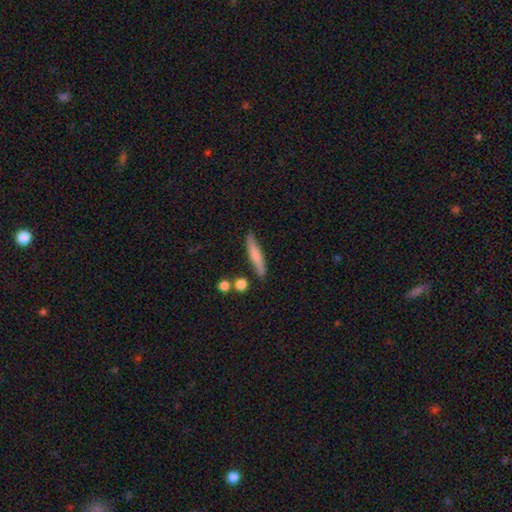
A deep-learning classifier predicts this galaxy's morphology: A smooth galaxy with no disk features (69%) that is cigar-shaped (89%). Merging: none (81%).